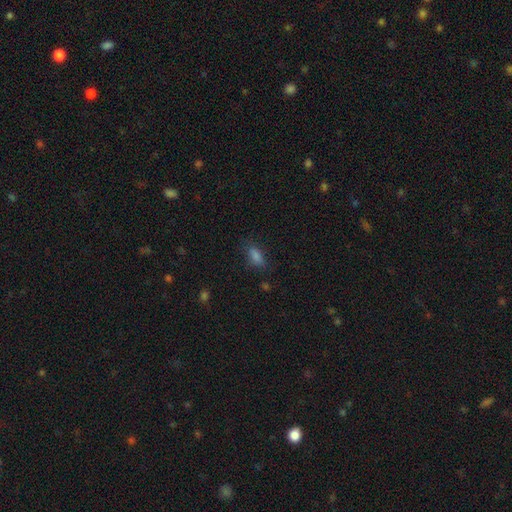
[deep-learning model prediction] Morphology: type=smooth (77%); roundness=in between (76%); merging=none (77%).